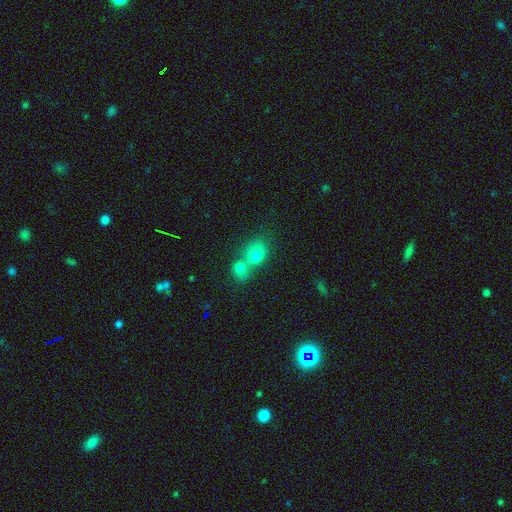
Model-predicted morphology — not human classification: Smooth or featured? Predicted: smooth (p=0.75). How rounded? Predicted: round (p=0.61). Merging? Predicted: merger (p=0.61).